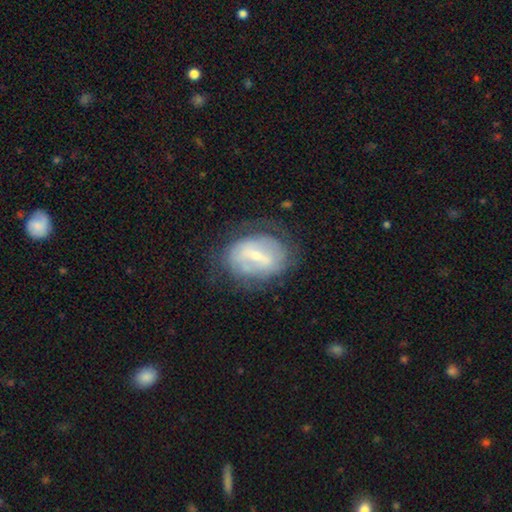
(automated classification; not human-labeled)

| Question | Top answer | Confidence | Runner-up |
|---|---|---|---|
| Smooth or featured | featured or disk | 64% | smooth (28%) |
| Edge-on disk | no | 95% | yes (5%) |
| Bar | weak | 45% | strong (36%) |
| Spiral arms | yes | 55% | no (45%) |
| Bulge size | small | 61% | moderate (31%) |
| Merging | none | 60% | minor disturbance (23%) |